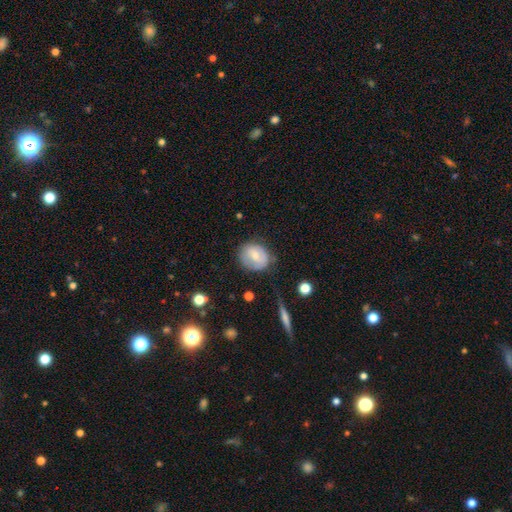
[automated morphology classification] smooth-or-featured: smooth: 65% | featured or disk: 28% | star or artifact: 8%
  how-rounded: round: 62% | in between: 37% | cigar-shaped: 1%
  merging: none: 65% | minor disturbance: 24% | major disturbance: 8% | merger: 2%